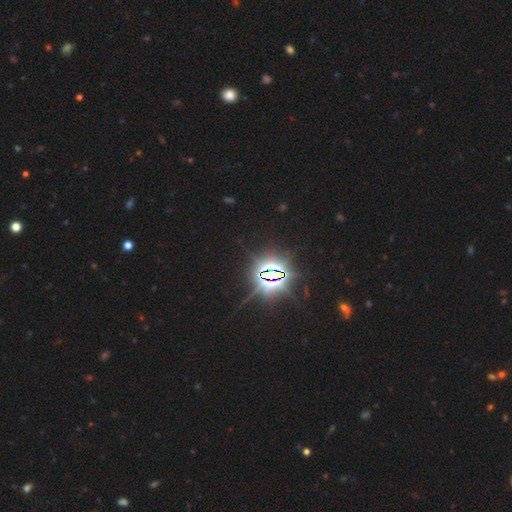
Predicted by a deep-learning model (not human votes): Morphology: type=star or artifact (86%).